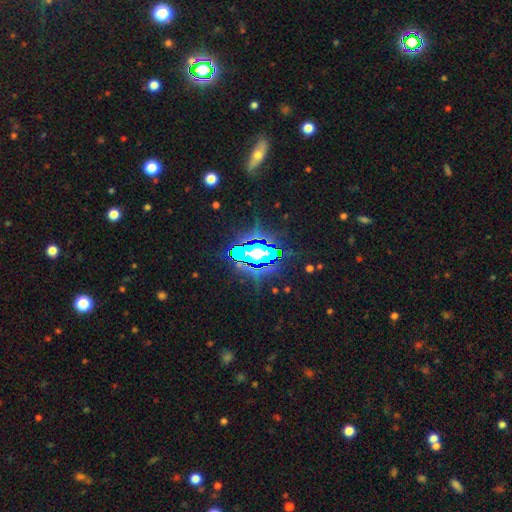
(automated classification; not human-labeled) The model was most divided on "smooth or featured": star or artifact: 59%, smooth: 22%, featured or disk: 19%.